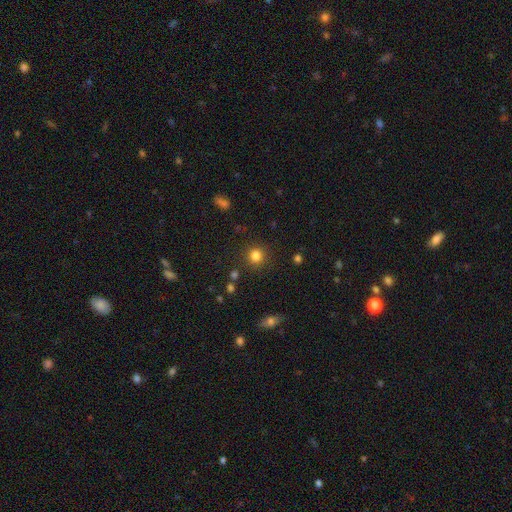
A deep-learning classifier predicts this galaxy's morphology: Smooth or featured: smooth — 81% (star or artifact — 14%)
How rounded: round — 91% (in between — 8%)
Merging: none — 88% (minor disturbance — 7%)